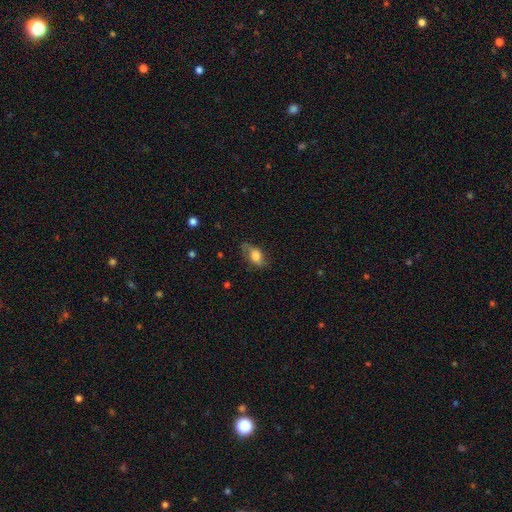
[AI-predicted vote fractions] A smooth galaxy with no disk features (72%) that is in between round and cigar-shaped (83%). Merging: none (58%).